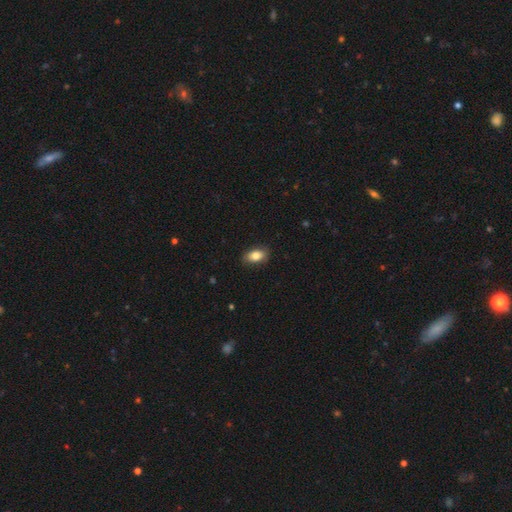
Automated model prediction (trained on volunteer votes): A smooth galaxy with no disk features (82%) that is in between round and cigar-shaped (90%). Merging: none (84%).